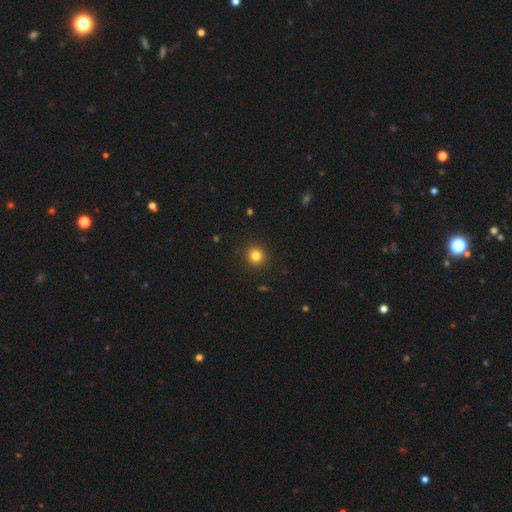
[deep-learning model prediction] Overall: smooth (83%). How rounded: round (94%). Merging: none (92%).